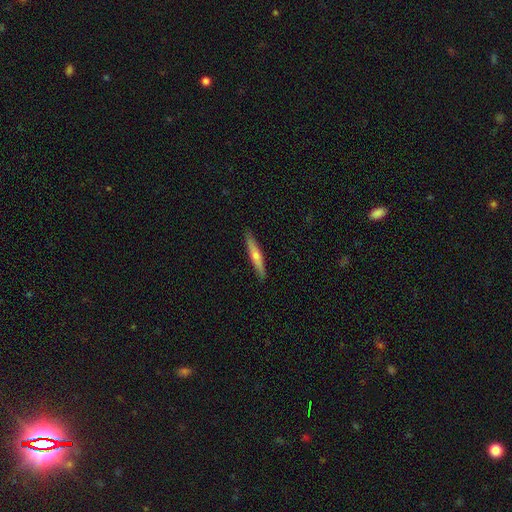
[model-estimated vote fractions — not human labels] This is possibly a featured or disk galaxy (54%). It is clearly viewed edge-on (94%). Edge-on bulge: clearly rounded (81%). Merging: clearly none (91%).